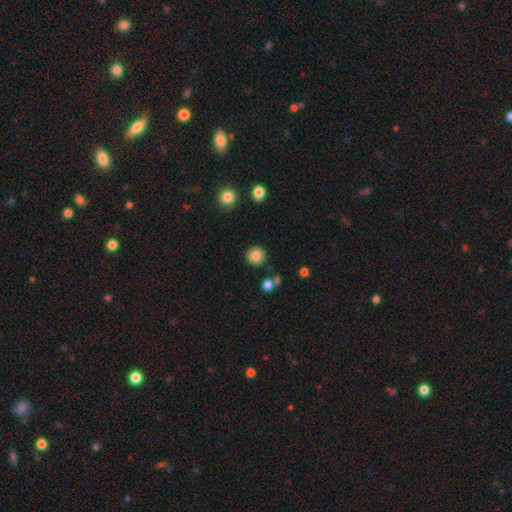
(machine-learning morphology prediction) Smooth or featured? Predicted: smooth (p=0.82). How rounded? Predicted: round (p=0.94). Merging? Predicted: none (p=0.89).